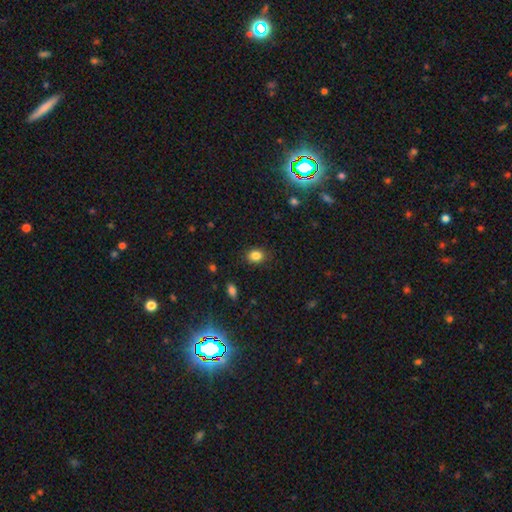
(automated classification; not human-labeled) Morphology: type=smooth (84%); roundness=round (51%); merging=none (85%).